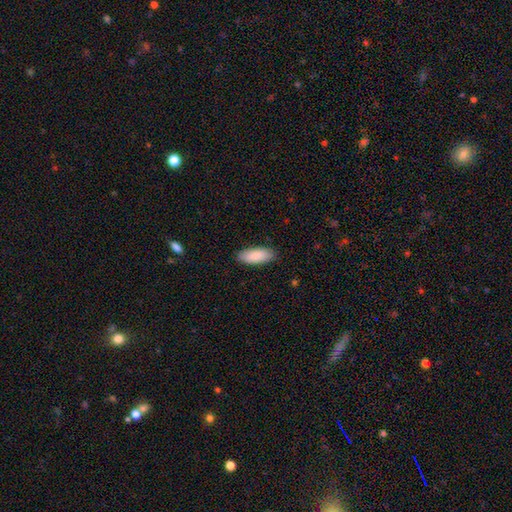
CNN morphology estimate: Smooth or featured? smooth (87%)
How rounded? in between (80%)
Merging? none (87%)